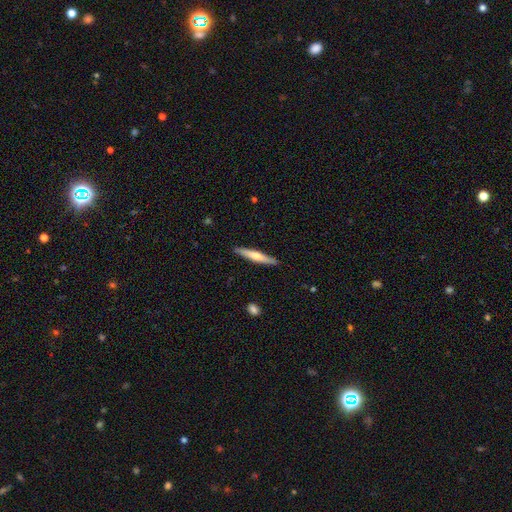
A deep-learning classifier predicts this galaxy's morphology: This appears to be a smooth galaxy with no disk features (50%). Merging: none (90%).